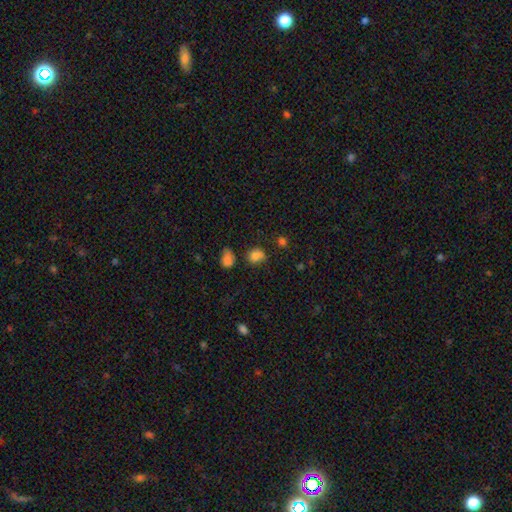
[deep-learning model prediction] Smooth or featured? Predicted: smooth (p=0.78). How rounded? Predicted: round (p=0.68). Merging? Predicted: none (p=0.61).